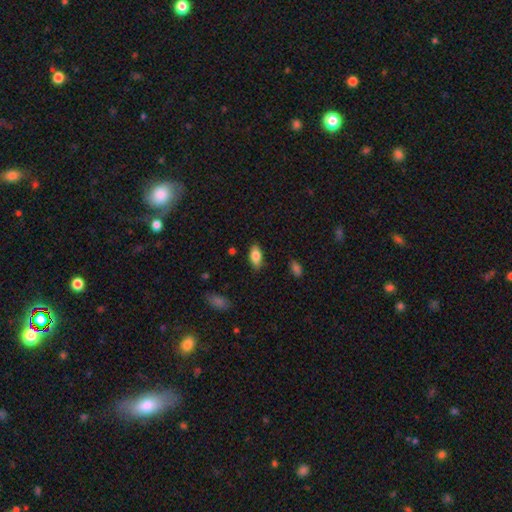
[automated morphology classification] smooth-or-featured: smooth: 79% | featured or disk: 14% | star or artifact: 7%
  how-rounded: in between: 88% | cigar-shaped: 9% | round: 3%
  merging: none: 83% | minor disturbance: 13% | major disturbance: 3% | merger: 2%